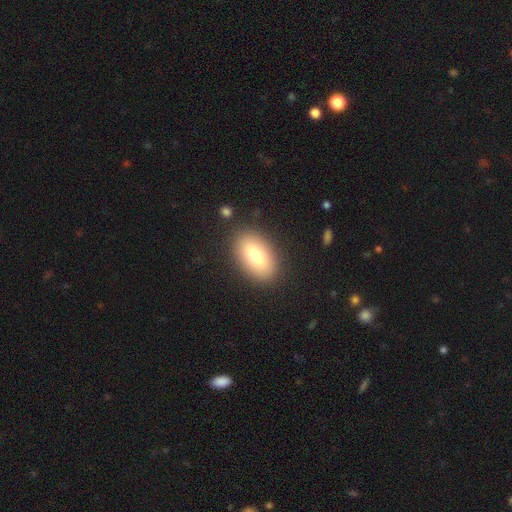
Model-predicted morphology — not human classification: Smooth or featured?
  - smooth: 75% *
  - featured or disk: 17%
  - star or artifact: 8%
How rounded?
  - in between: 91% *
  - round: 6%
  - cigar-shaped: 2%
Merging?
  - none: 87% *
  - minor disturbance: 9%
  - major disturbance: 3%
  - merger: 2%